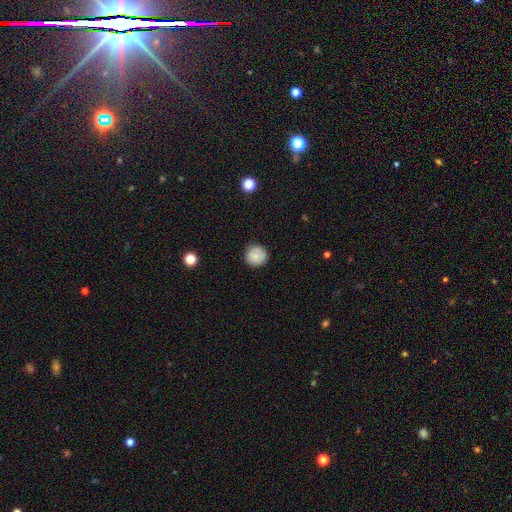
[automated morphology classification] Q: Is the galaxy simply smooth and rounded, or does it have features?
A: smooth — 83%.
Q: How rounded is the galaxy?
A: round — 94%.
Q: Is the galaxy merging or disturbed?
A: none — 85%.